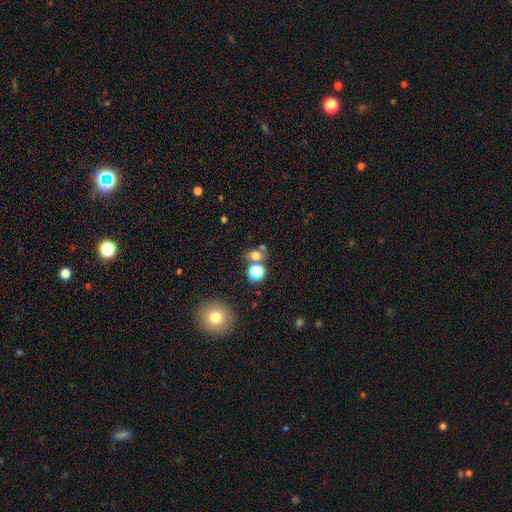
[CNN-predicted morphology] smooth-or-featured: smooth: 65% | star or artifact: 25% | featured or disk: 10%
  how-rounded: round: 68% | in between: 31% | cigar-shaped: 2%
  merging: none: 59% | merger: 25% | minor disturbance: 10% | major disturbance: 5%